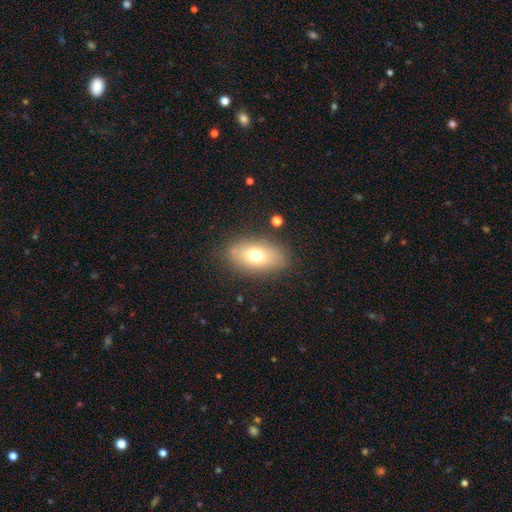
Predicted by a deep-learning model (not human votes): A smooth galaxy with no disk features (71%) that is in between round and cigar-shaped (88%).

Vote fractions:
- Smooth or featured? smooth: 71% / featured or disk: 19% / star or artifact: 10%
- How rounded? in between: 88% / round: 9% / cigar-shaped: 3%
- Merging? none: 82% / minor disturbance: 12% / major disturbance: 4% / merger: 2%